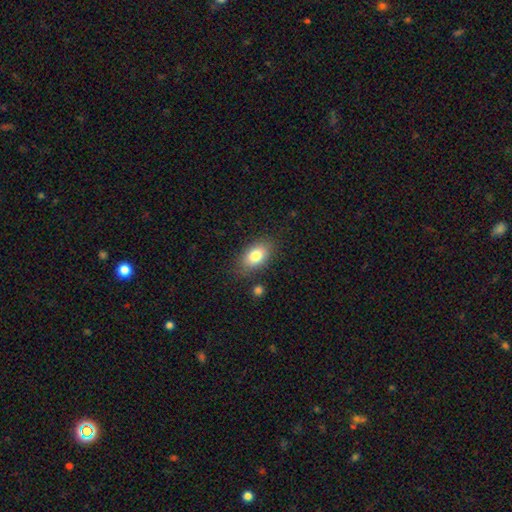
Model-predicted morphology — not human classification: type=smooth (81%); roundness=in between (88%); merging=none (80%).